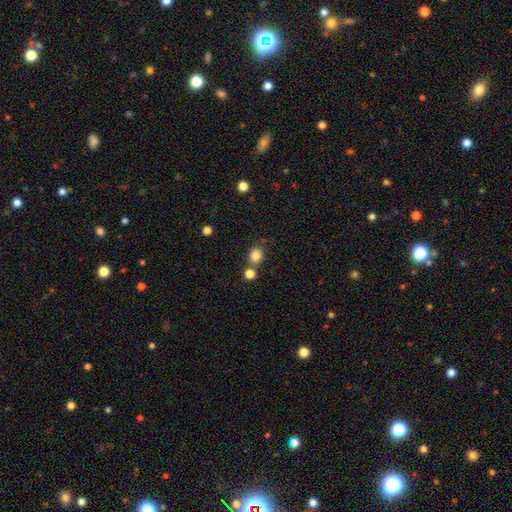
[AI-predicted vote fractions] Smooth or featured? Predicted: smooth (p=0.83). How rounded? Predicted: round (p=0.73). Merging? Predicted: none (p=0.65).